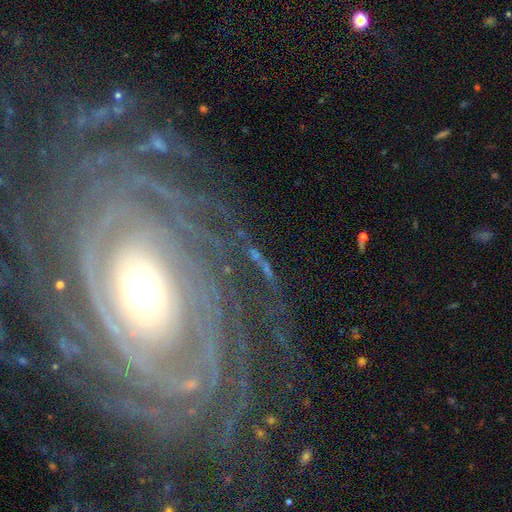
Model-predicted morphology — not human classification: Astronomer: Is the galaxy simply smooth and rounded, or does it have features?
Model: featured or disk — 89%.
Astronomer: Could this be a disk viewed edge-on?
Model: no — 95%.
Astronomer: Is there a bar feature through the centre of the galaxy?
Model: no — 71%.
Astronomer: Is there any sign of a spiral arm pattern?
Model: yes — 96%.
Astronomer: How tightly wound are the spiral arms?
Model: tight — 83%.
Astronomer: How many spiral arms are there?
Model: more than 4 — 32% (runner-up: can't tell, 24%).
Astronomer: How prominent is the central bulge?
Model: moderate — 59%.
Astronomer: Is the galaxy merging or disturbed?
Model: none — 76%.